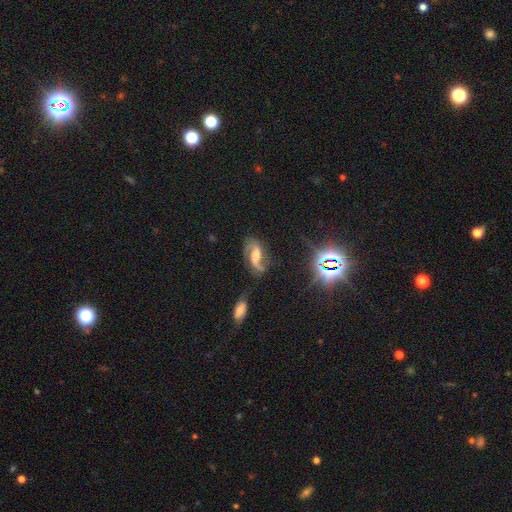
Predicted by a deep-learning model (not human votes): Overall: featured or disk (78%). Edge-on disk: no (96%). Bar: weak (45%; no 34%). Spiral arms: yes (94%). Spiral arm count: 2 (86%). Spiral winding: loose (55%; medium 36%). Bulge size: moderate (38%; small 23%). Merging: none (57%; minor disturbance 21%).